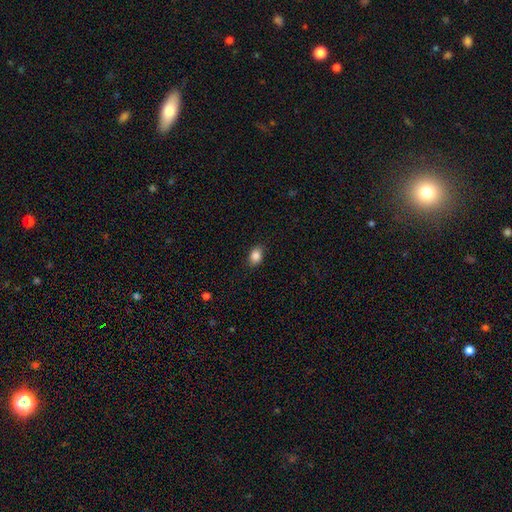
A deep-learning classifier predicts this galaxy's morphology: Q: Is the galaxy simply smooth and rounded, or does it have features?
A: smooth — 86%.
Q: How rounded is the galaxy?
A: in between — 73%.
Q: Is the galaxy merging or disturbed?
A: none — 86%.